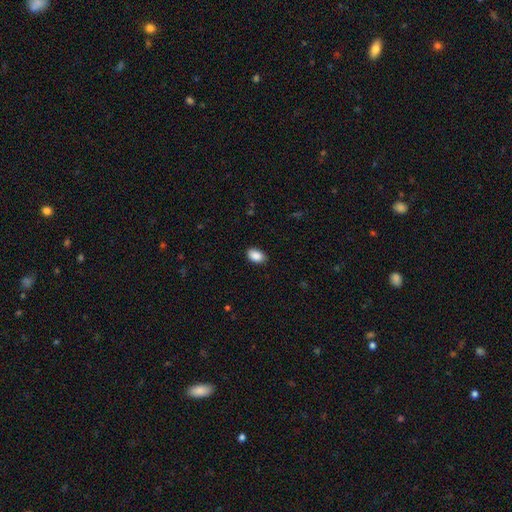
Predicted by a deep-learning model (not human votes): Q: Smooth or featured?
A: smooth (89%); runner-up: star or artifact (7%)
Q: How rounded?
A: in between (89%); runner-up: round (10%)
Q: Merging?
A: none (84%); runner-up: minor disturbance (13%)